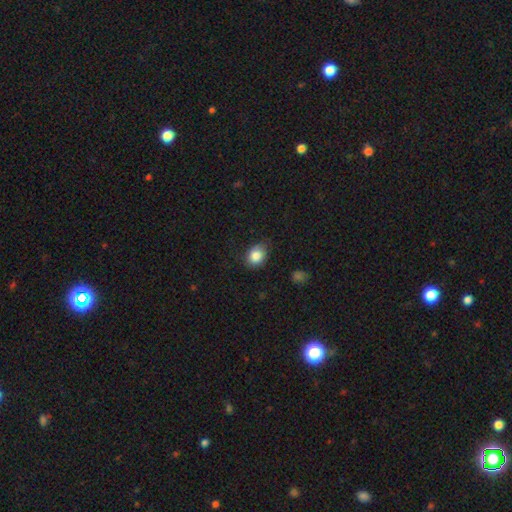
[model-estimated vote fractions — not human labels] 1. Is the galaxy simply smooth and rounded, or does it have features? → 85% smooth, 9% star or artifact, 6% featured or disk.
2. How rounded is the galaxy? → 60% in between, 39% round, 1% cigar-shaped.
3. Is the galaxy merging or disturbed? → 73% none, 22% minor disturbance, 4% major disturbance, 1% merger.